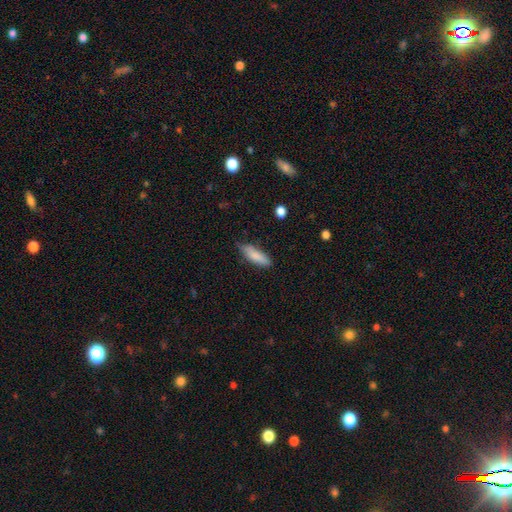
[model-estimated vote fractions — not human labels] The model was most divided on "how rounded": in between: 53%, cigar-shaped: 45%, round: 2%. More confident: smooth or featured — smooth (84%); merging — none (68%).